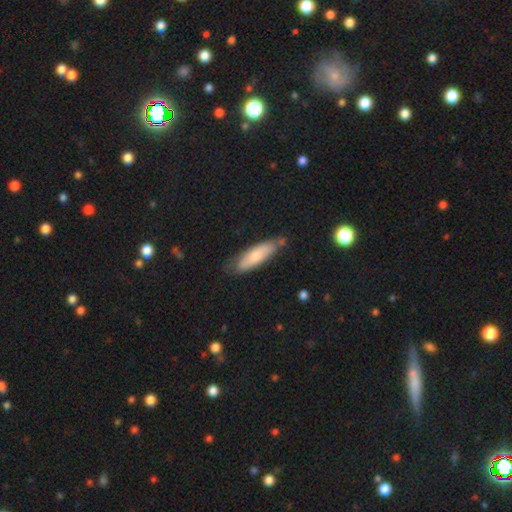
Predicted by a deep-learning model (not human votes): A smooth galaxy with no disk features (68%) that is cigar-shaped (53%).

Vote fractions:
- Smooth or featured? smooth: 68% / featured or disk: 26% / star or artifact: 6%
- How rounded? cigar-shaped: 53% / in between: 45% / round: 2%
- Merging? none: 67% / minor disturbance: 24% / major disturbance: 5% / merger: 4%